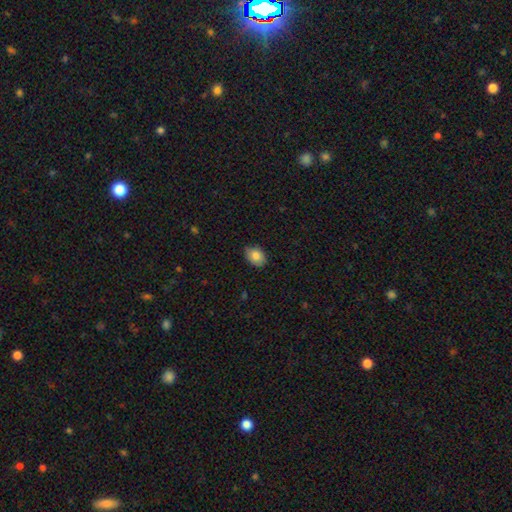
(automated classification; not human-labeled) Smooth or featured? smooth (84%)
How rounded? in between (76%)
Merging? none (83%)